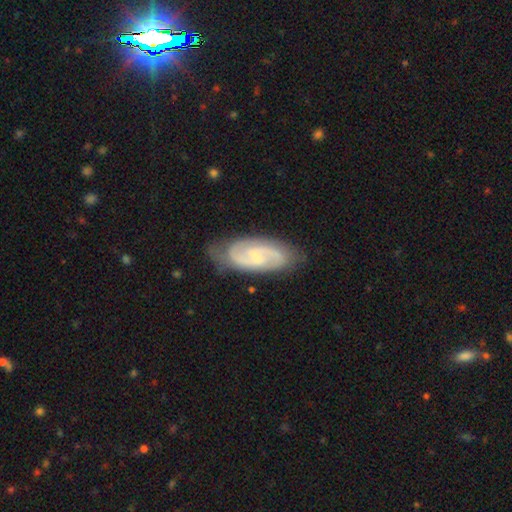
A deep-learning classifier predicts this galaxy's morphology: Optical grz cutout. It shows a featured or disk galaxy (84%) with a weak bar (53%), 2 (86%) medium (50%) spiral arms (97%) and a small central bulge (57%). Merging: none (77%).